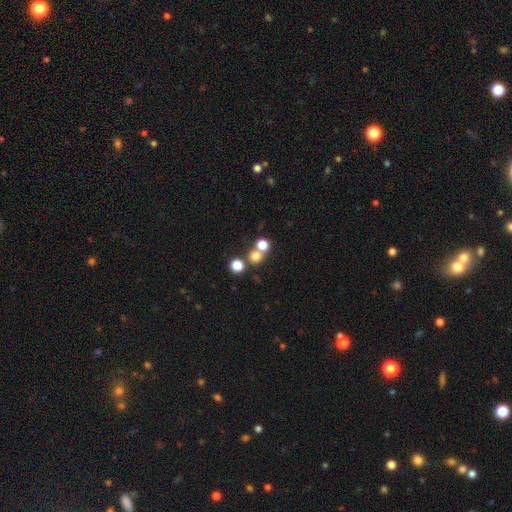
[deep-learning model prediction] smooth-or-featured: smooth: 74% | star or artifact: 18% | featured or disk: 8%
  how-rounded: round: 87% | in between: 12% | cigar-shaped: 1%
  merging: none: 58% | merger: 33% | minor disturbance: 6% | major disturbance: 3%